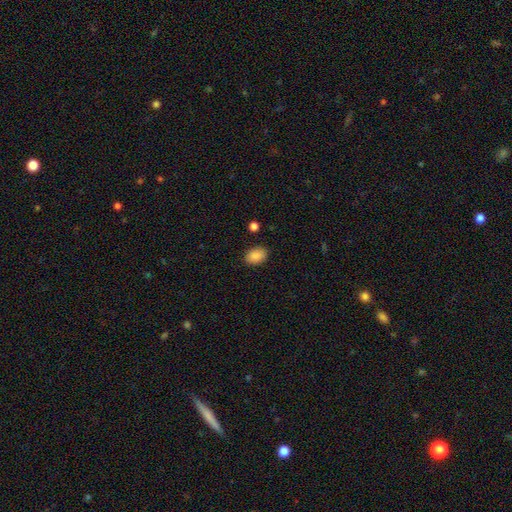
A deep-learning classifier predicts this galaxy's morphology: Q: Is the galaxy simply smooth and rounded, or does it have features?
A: smooth — 88%.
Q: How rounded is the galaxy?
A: in between — 78%.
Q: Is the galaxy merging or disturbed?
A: none — 86%.